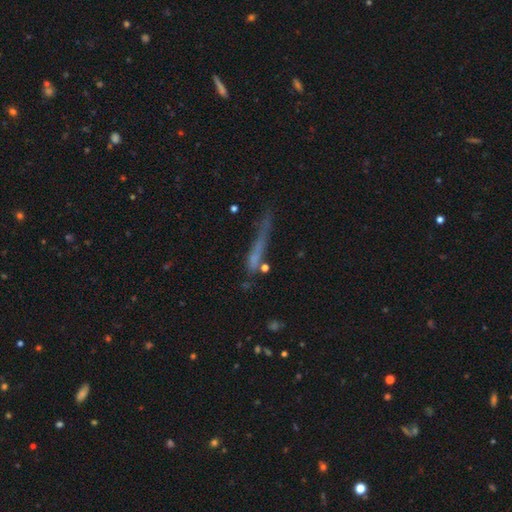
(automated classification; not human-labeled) smooth-or-featured: smooth: 52% | featured or disk: 31% | star or artifact: 17%
  how-rounded: cigar-shaped: 86% | in between: 10% | round: 4%
  merging: none: 46% | minor disturbance: 22% | major disturbance: 21% | merger: 11%